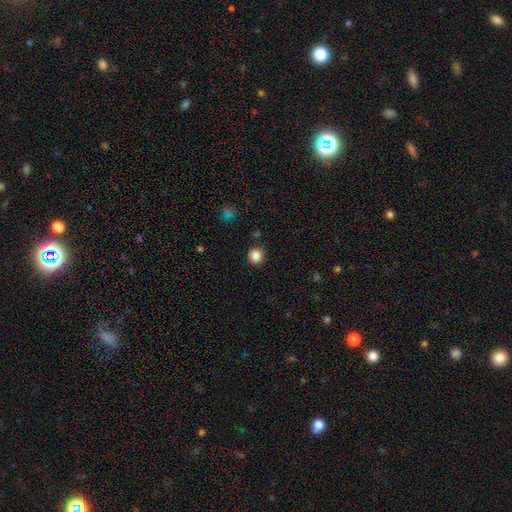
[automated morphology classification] type=smooth (86%); roundness=round (92%); merging=none (88%).